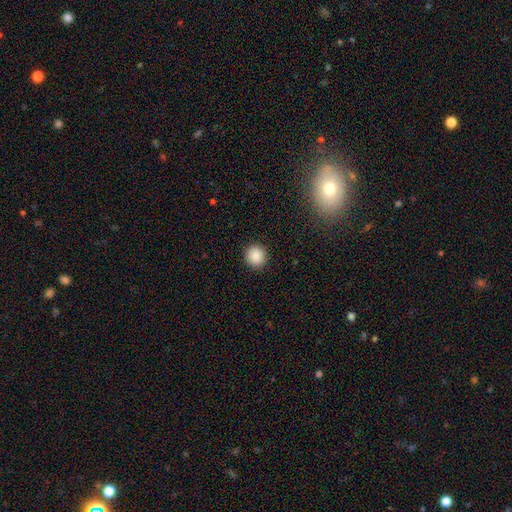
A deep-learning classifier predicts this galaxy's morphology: smooth 88%, star or artifact 9%, featured or disk 3%. Down the decision tree: how rounded — round (92%); merging — none (92%).